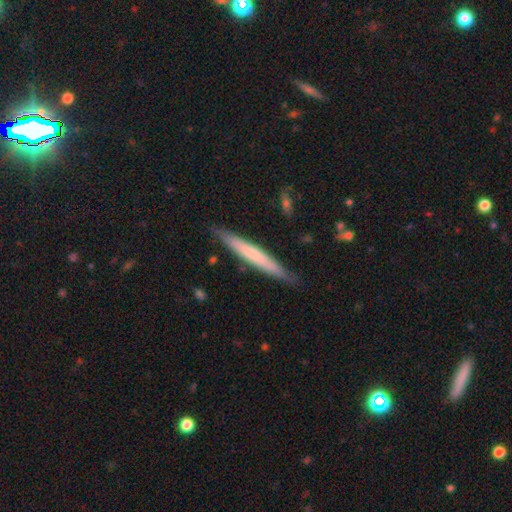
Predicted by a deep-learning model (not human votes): This is possibly a smooth galaxy (59%). How rounded: clearly cigar-shaped (96%). Merging: clearly none (86%).